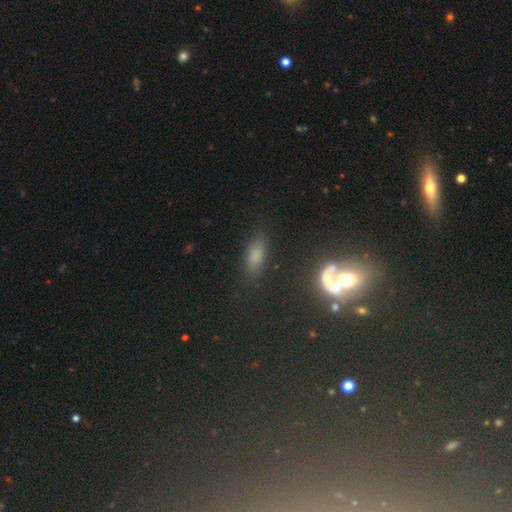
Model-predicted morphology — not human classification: Smooth or featured? Predicted: smooth (p=0.70). How rounded? Predicted: in between (p=0.69). Merging? Predicted: none (p=0.78).